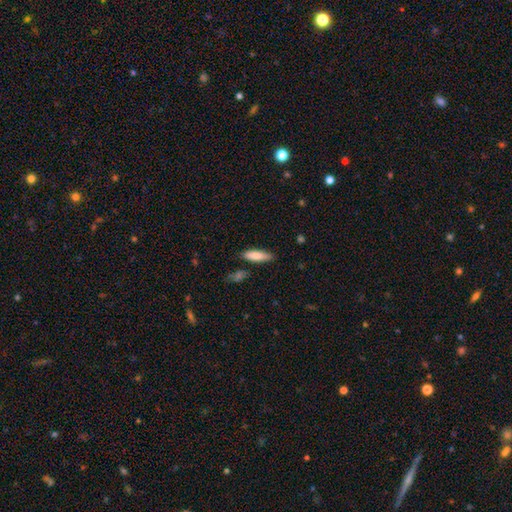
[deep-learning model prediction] Overall: smooth (82%). How rounded: cigar-shaped (56%; in between 42%). Merging: none (82%).